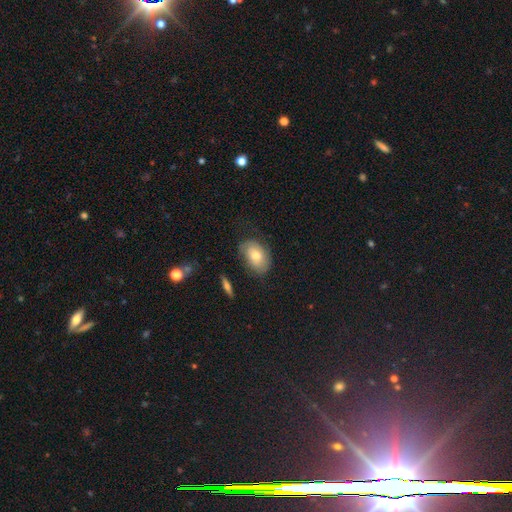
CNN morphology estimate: smooth 53%, featured or disk 39%, star or artifact 8%. Down the decision tree: how rounded — in between (83%); merging — none (63%).